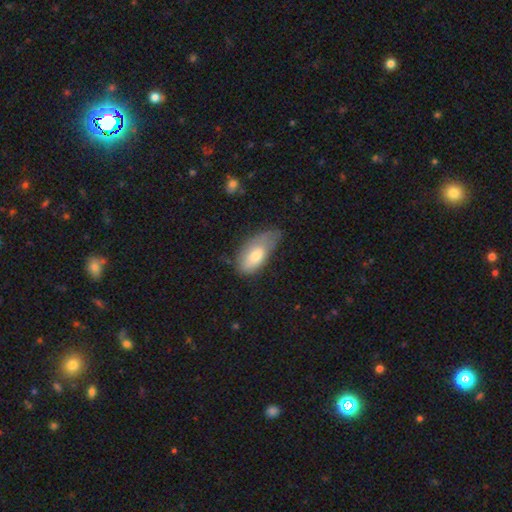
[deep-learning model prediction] Smooth or featured? smooth (74%)
How rounded? in between (89%)
Merging? minor disturbance (44%)